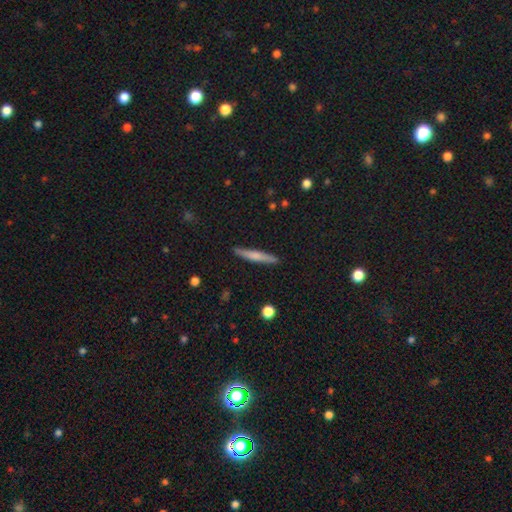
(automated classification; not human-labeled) Smooth or featured? smooth (60%)
How rounded? cigar-shaped (94%)
Merging? none (90%)